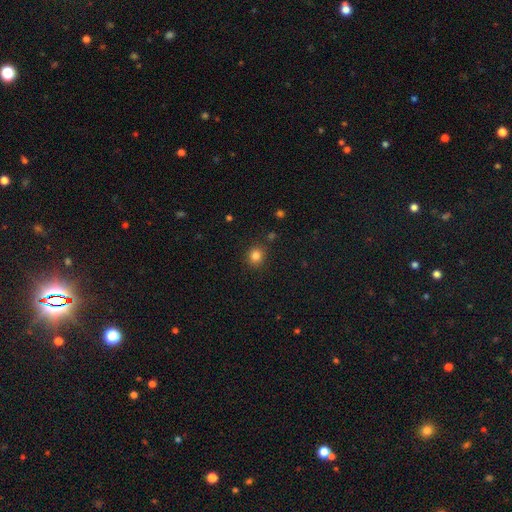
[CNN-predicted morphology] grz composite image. It shows a smooth galaxy with no disk features (83%) that is round (85%). Merging: none (87%).